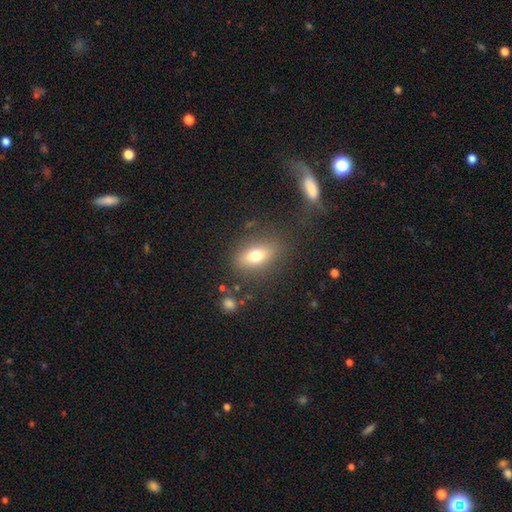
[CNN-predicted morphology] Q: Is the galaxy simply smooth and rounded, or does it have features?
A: smooth — 72%.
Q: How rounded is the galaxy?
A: in between — 75%.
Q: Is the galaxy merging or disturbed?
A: none — 80%.